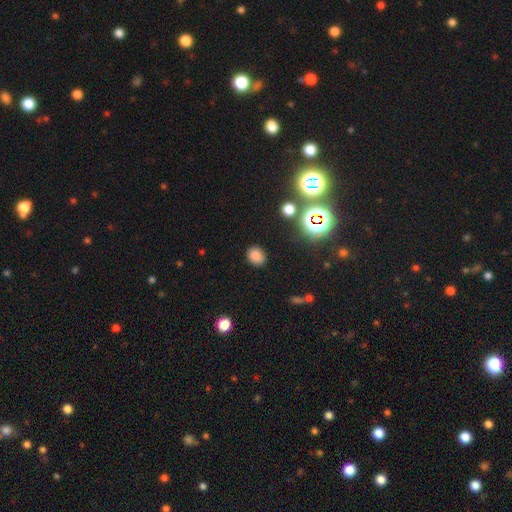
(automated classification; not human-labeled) Q: Smooth or featured?
A: smooth (77%); runner-up: star or artifact (17%)
Q: How rounded?
A: in between (50%); runner-up: round (48%)
Q: Merging?
A: none (84%); runner-up: minor disturbance (11%)